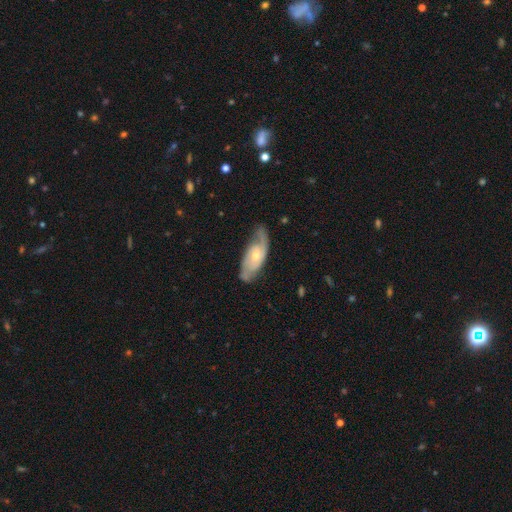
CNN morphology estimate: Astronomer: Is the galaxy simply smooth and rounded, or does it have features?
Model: featured or disk — 75%.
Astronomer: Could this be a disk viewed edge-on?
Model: no — 90%.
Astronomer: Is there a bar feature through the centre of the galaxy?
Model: no — 65%.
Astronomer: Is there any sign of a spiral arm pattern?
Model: yes — 92%.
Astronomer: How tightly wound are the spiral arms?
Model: medium — 44% (runner-up: tight, 37%).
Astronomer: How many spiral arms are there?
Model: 2 — 73%.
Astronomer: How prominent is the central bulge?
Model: moderate — 50% (runner-up: small, 45%).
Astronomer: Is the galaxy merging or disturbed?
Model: none — 69%.